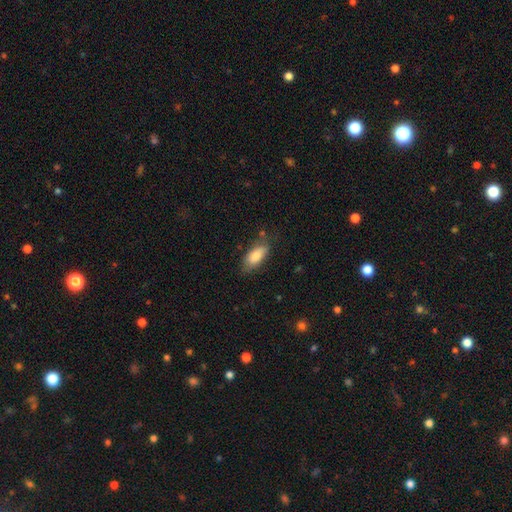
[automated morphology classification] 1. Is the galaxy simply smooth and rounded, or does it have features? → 80% smooth, 13% featured or disk, 7% star or artifact.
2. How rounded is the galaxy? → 84% in between, 13% cigar-shaped, 3% round.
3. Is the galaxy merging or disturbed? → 69% none, 23% minor disturbance, 5% major disturbance, 3% merger.